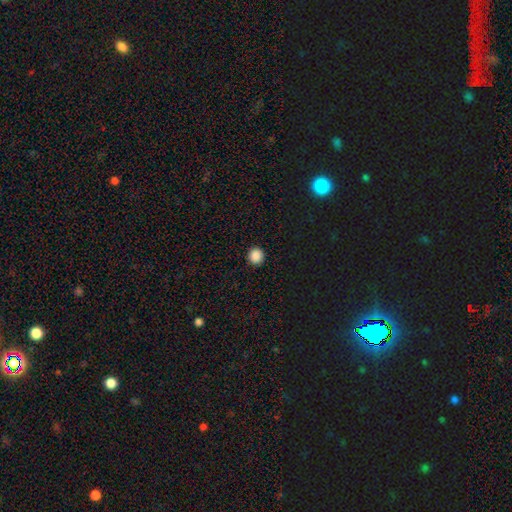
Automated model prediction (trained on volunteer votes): Smooth or featured? Predicted: smooth (p=0.87). How rounded? Predicted: round (p=0.93). Merging? Predicted: none (p=0.92).